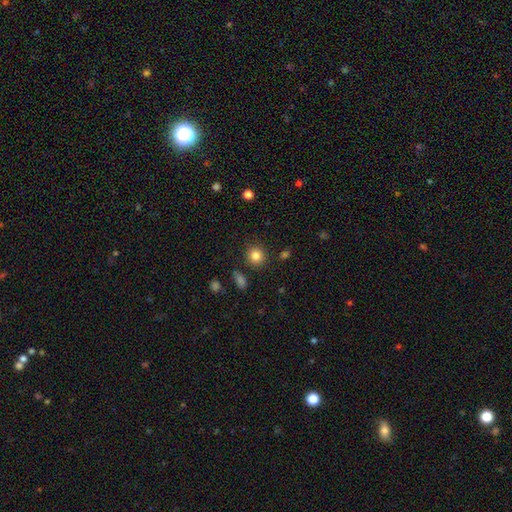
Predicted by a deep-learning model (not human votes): A smooth galaxy with no disk features (84%) that is round (90%).

Vote fractions:
- Smooth or featured? smooth: 84% / star or artifact: 11% / featured or disk: 5%
- How rounded? round: 90% / in between: 9% / cigar-shaped: 1%
- Merging? none: 88% / minor disturbance: 7% / major disturbance: 3% / merger: 2%